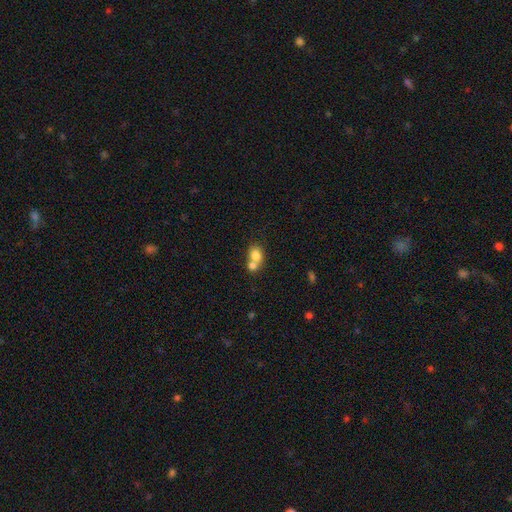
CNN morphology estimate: smooth_or_featured: smooth (p=0.78) [alt: featured or disk p=0.13]
how_rounded: round (p=0.52) [alt: in between p=0.46]
merging: merger (p=0.61) [alt: none p=0.29]